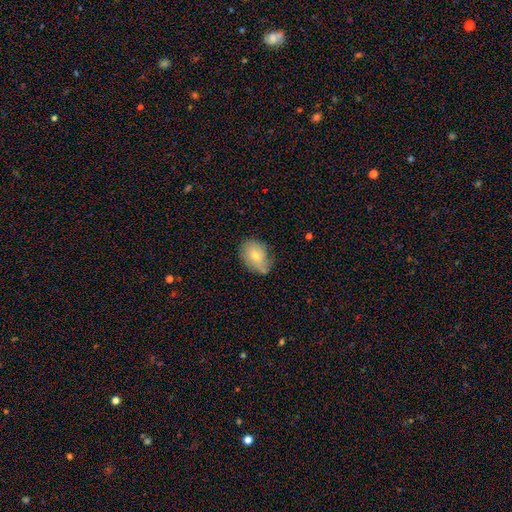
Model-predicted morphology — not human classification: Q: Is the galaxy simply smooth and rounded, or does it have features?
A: smooth — 66%.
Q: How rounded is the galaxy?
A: in between — 70%.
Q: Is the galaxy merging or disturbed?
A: none — 65%.